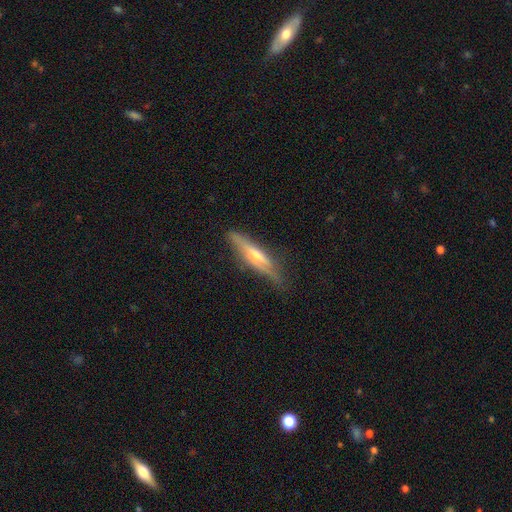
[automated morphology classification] Overall: featured or disk (60%; smooth 33%). Edge-on disk: yes (92%). Edge-on bulge: rounded (78%). Merging: none (77%).